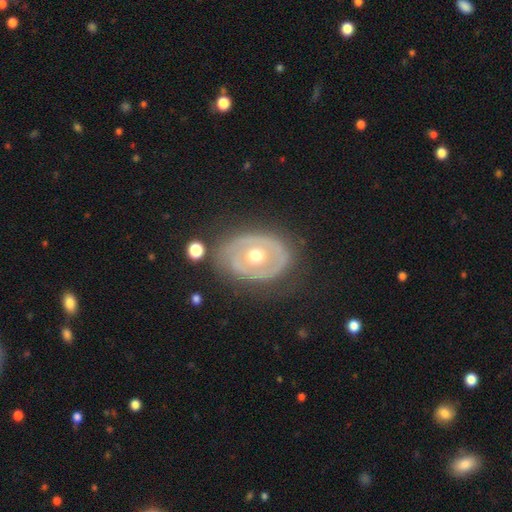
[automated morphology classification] featured or disk 68%, smooth 27%, star or artifact 5%. Down the decision tree: edge-on disk — no (94%); bar — no (85%); spiral arms — no (73%); bulge size — moderate (77%); merging — none (72%).